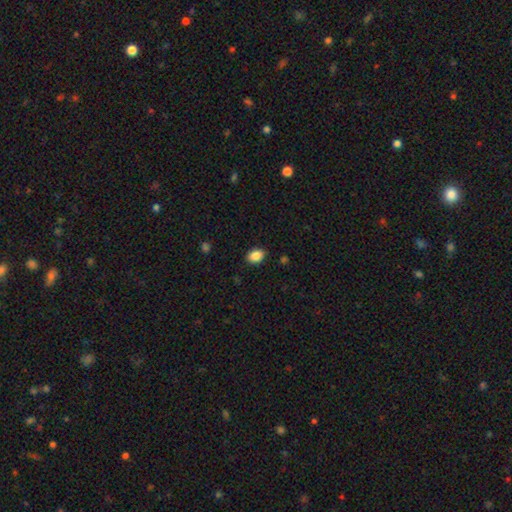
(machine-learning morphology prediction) A smooth galaxy with no disk features (87%) that is in between round and cigar-shaped (75%).

Vote fractions:
- Smooth or featured? smooth: 87% / star or artifact: 9% / featured or disk: 4%
- How rounded? in between: 75% / round: 24% / cigar-shaped: 1%
- Merging? none: 88% / minor disturbance: 9% / major disturbance: 2% / merger: 1%